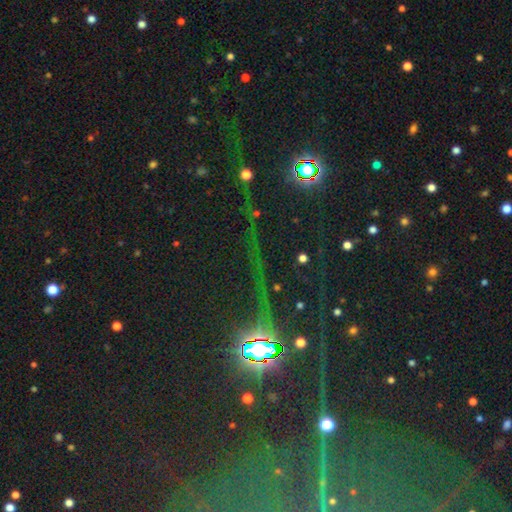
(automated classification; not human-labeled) Smooth or featured: star or artifact — 84% (smooth — 9%)